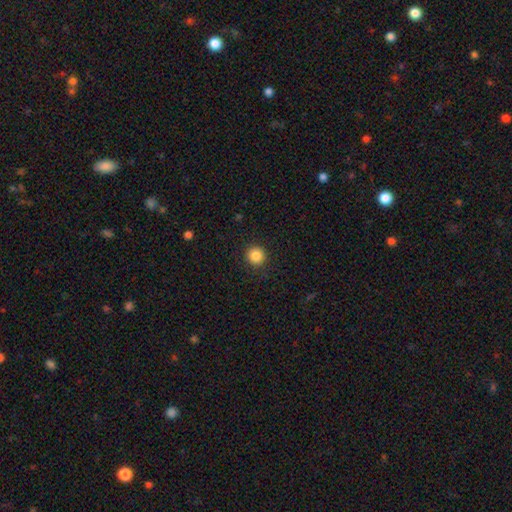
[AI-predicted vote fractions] Smooth or featured? Predicted: smooth (p=0.86). How rounded? Predicted: round (p=0.95). Merging? Predicted: none (p=0.91).